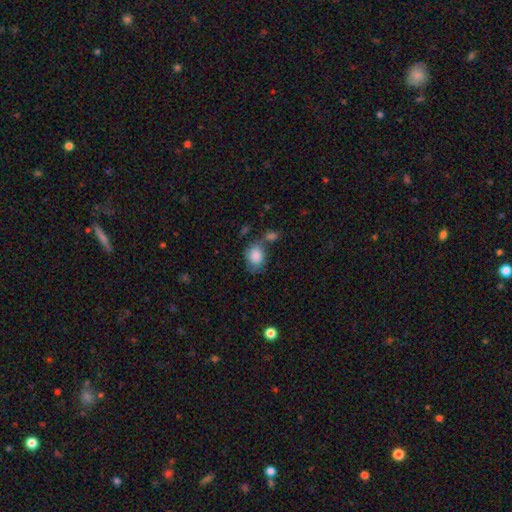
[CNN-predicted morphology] smooth 84%, featured or disk 9%, star or artifact 7%. Down the decision tree: how rounded — in between (53%); merging — none (47%).